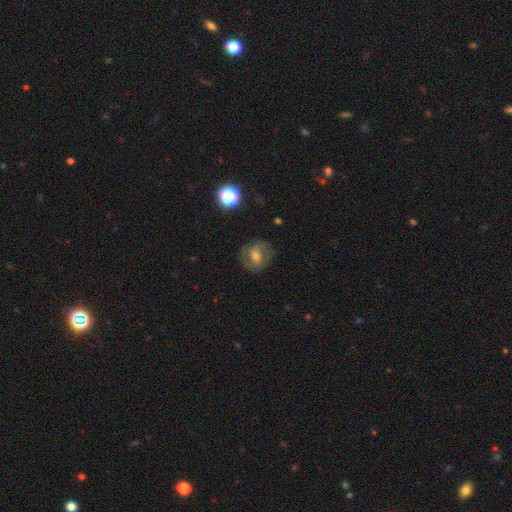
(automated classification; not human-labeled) This appears to be a featured or disk galaxy (63%) with a weak bar (48%), 2 (80%) medium (50%) spiral arms (86%) and a moderate central bulge (46%). Merging: none (74%).